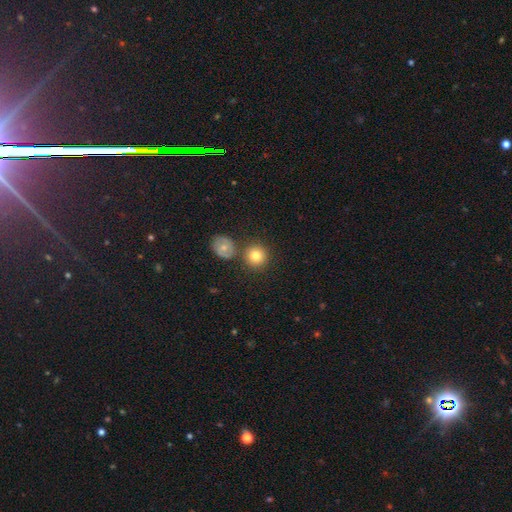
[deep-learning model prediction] A smooth galaxy with no disk features (80%) that is round (90%).

Vote fractions:
- Smooth or featured? smooth: 80% / star or artifact: 10% / featured or disk: 10%
- How rounded? round: 90% / in between: 9% / cigar-shaped: 1%
- Merging? none: 76% / merger: 13% / minor disturbance: 8% / major disturbance: 3%